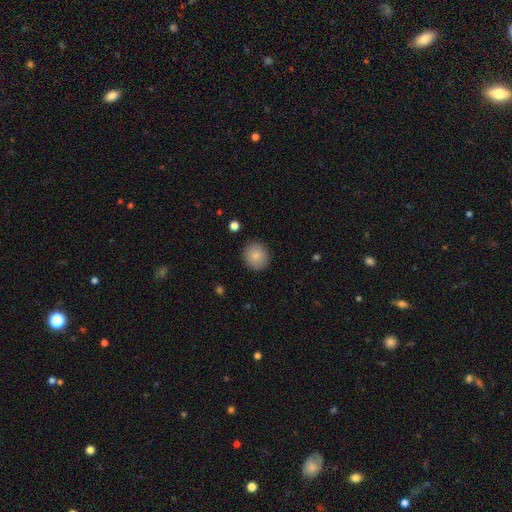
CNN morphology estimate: Q: Smooth or featured?
A: smooth (86%); runner-up: star or artifact (8%)
Q: How rounded?
A: round (91%); runner-up: in between (8%)
Q: Merging?
A: none (90%); runner-up: minor disturbance (7%)